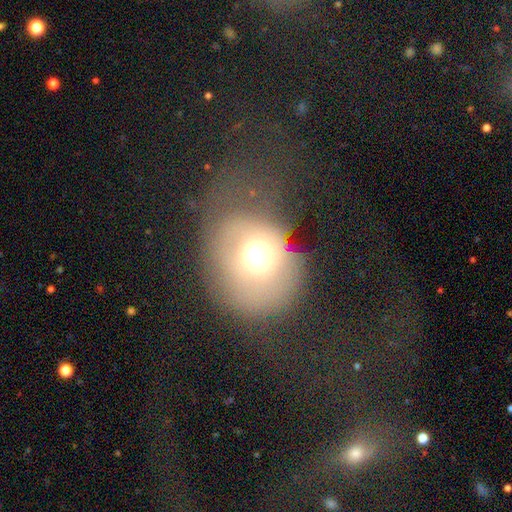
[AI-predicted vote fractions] A smooth galaxy with no disk features (58%) that is round (66%).

Vote fractions:
- Smooth or featured? smooth: 58% / featured or disk: 25% / star or artifact: 17%
- How rounded? round: 66% / in between: 33% / cigar-shaped: 1%
- Merging? none: 38% / major disturbance: 36% / minor disturbance: 21% / merger: 5%